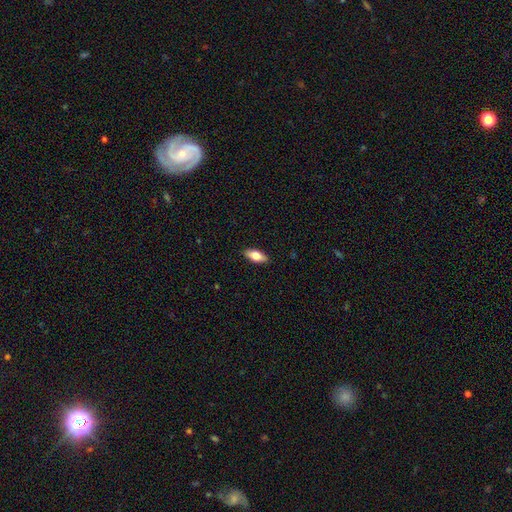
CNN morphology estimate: Smooth or featured? Predicted: smooth (p=0.71). How rounded? Predicted: in between (p=0.82). Merging? Predicted: none (p=0.89).